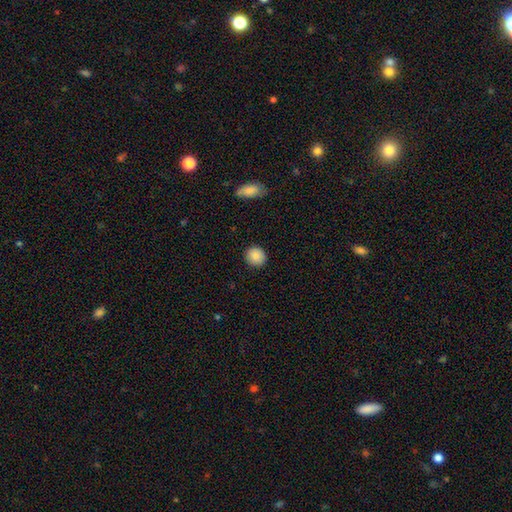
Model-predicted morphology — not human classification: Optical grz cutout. It shows a smooth galaxy with no disk features (89%) that is round (88%). Merging: none (90%).